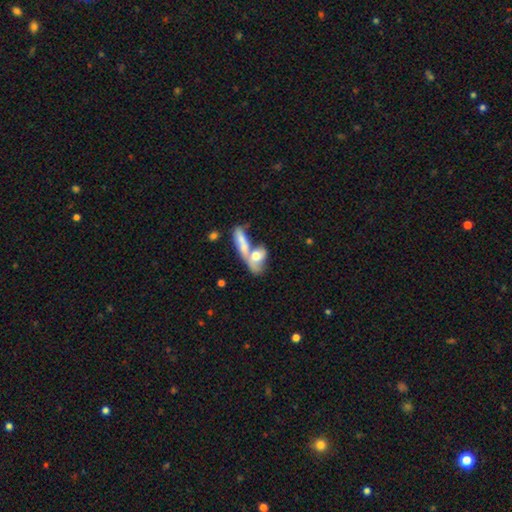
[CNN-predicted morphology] This is likely a smooth galaxy (61%). How rounded: likely in between (72%). Merging: likely merger (64%).